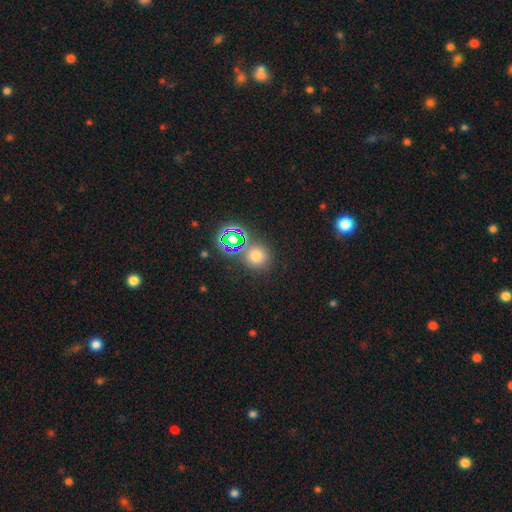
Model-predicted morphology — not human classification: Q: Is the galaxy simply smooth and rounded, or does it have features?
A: smooth — 67%.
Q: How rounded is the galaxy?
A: round — 86%.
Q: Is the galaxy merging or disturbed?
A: none — 72%.